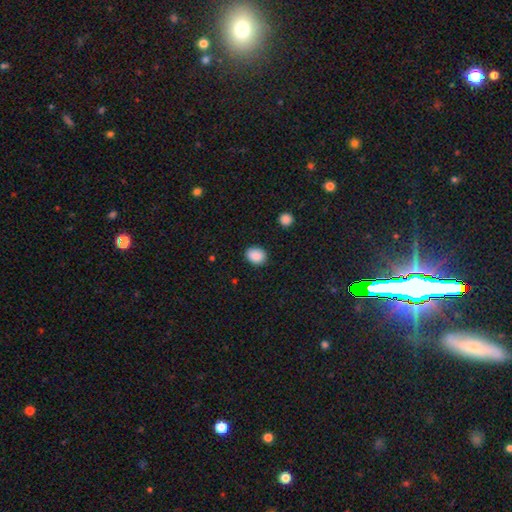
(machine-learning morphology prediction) This appears to be a smooth galaxy with no disk features (89%) that is in between round and cigar-shaped (54%). Merging: none (88%).